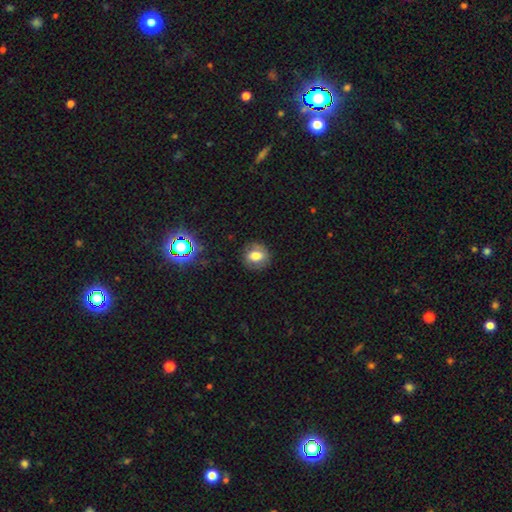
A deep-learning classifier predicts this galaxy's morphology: smooth-or-featured: smooth: 65% | featured or disk: 23% | star or artifact: 11%
  how-rounded: round: 65% | in between: 34% | cigar-shaped: 1%
  merging: none: 80% | minor disturbance: 14% | major disturbance: 5% | merger: 1%